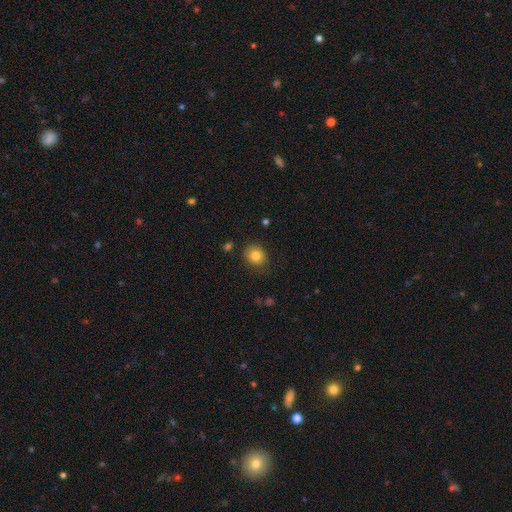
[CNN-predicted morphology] Smooth or featured?
  - smooth: 80% *
  - star or artifact: 11%
  - featured or disk: 9%
How rounded?
  - round: 77% *
  - in between: 22%
  - cigar-shaped: 1%
Merging?
  - none: 84% *
  - minor disturbance: 11%
  - major disturbance: 3%
  - merger: 2%